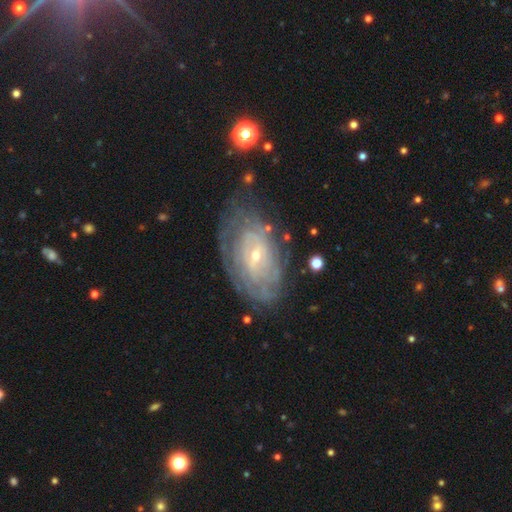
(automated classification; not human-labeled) smooth_or_featured: featured or disk (p=0.78) [alt: smooth p=0.15]
disk_edge_on: no (p=0.95) [alt: yes p=0.05]
bar: no (p=0.52) [alt: weak p=0.38]
has_spiral_arms: yes (p=0.84) [alt: no p=0.16]
spiral_winding: tight (p=0.77) [alt: medium p=0.18]
spiral_arm_count: can't tell (p=0.62) [alt: 2 p=0.11]
bulge_size: small (p=0.76) [alt: moderate p=0.20]
merging: none (p=0.65) [alt: minor disturbance p=0.22]